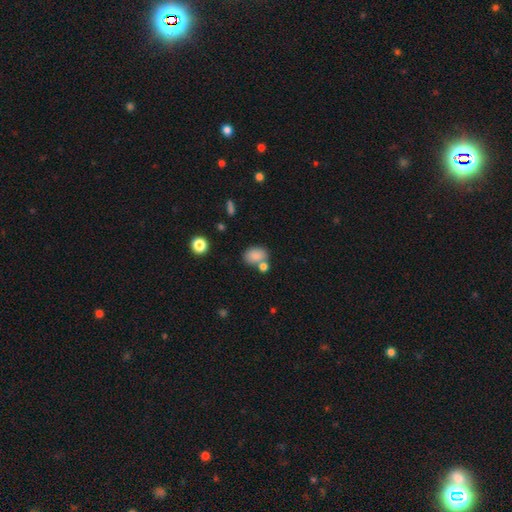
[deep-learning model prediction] Morphology: type=smooth (84%); roundness=in between (73%); merging=none (57%).